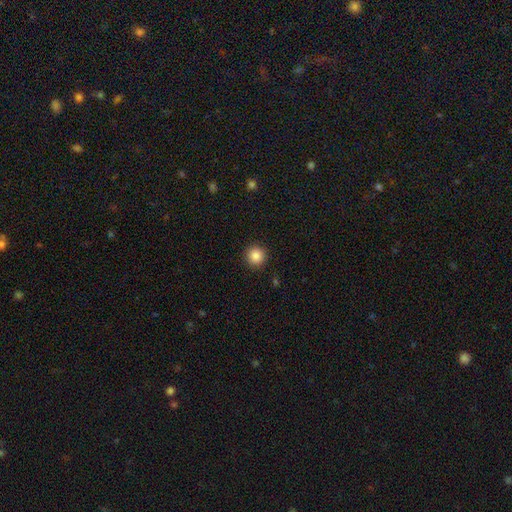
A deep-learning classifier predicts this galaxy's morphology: Overall: smooth (86%). How rounded: round (95%). Merging: none (92%).